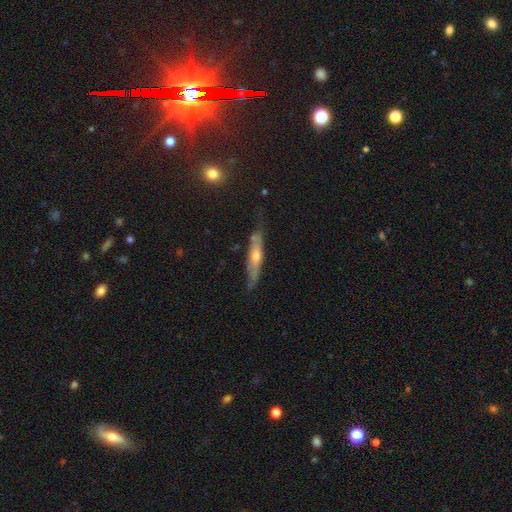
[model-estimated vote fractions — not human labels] Q: Smooth or featured?
A: featured or disk (62%); runner-up: smooth (31%)
Q: Edge-on disk?
A: yes (76%); runner-up: no (24%)
Q: Merging?
A: none (70%); runner-up: minor disturbance (22%)